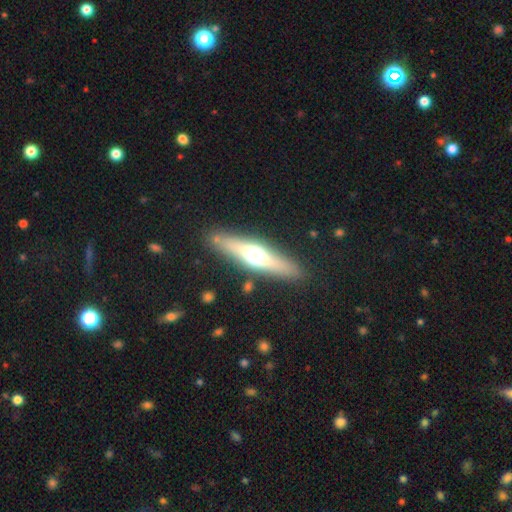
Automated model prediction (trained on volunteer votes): smooth_or_featured: featured or disk (p=0.55) [alt: smooth p=0.39]
disk_edge_on: yes (p=0.90) [alt: no p=0.10]
merging: none (p=0.86) [alt: minor disturbance p=0.09]